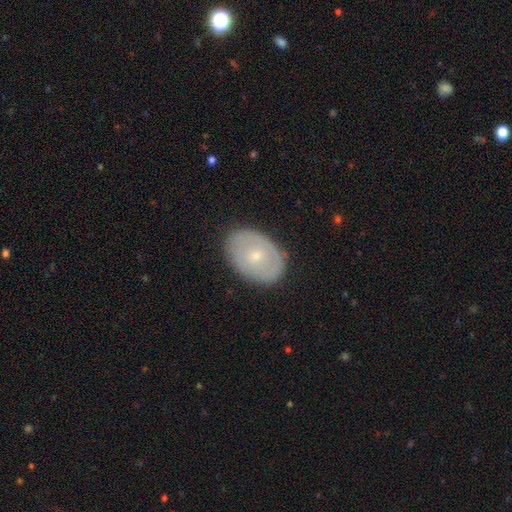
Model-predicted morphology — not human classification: This is possibly a smooth galaxy (51%). How rounded: likely in between (79%). Merging: clearly none (84%).